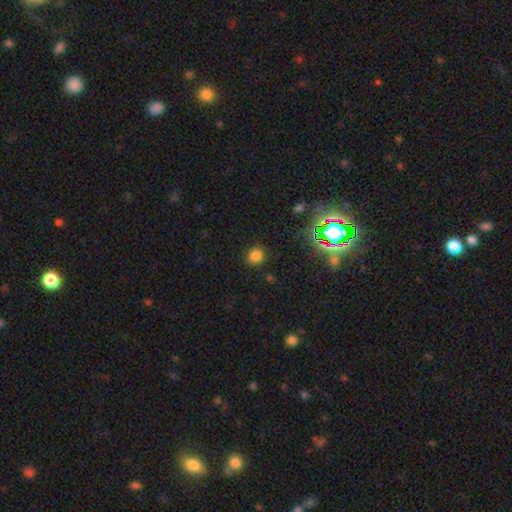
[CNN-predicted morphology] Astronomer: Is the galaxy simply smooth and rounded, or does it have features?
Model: smooth — 77%.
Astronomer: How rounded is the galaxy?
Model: round — 85%.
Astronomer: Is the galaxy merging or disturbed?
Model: none — 88%.